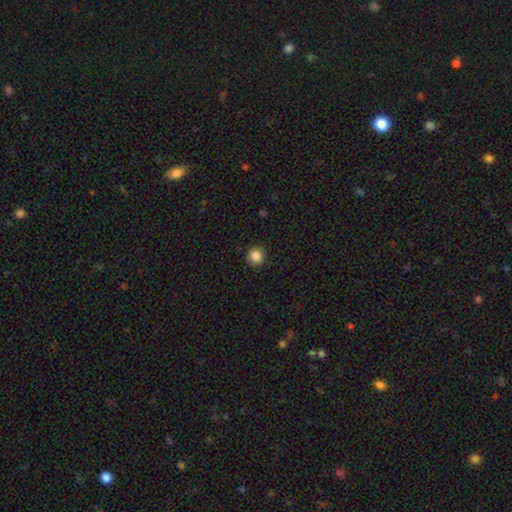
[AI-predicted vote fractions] smooth-or-featured: smooth: 86% | star or artifact: 11% | featured or disk: 3%
  how-rounded: round: 91% | in between: 8% | cigar-shaped: 1%
  merging: none: 90% | minor disturbance: 7% | major disturbance: 2% | merger: 1%